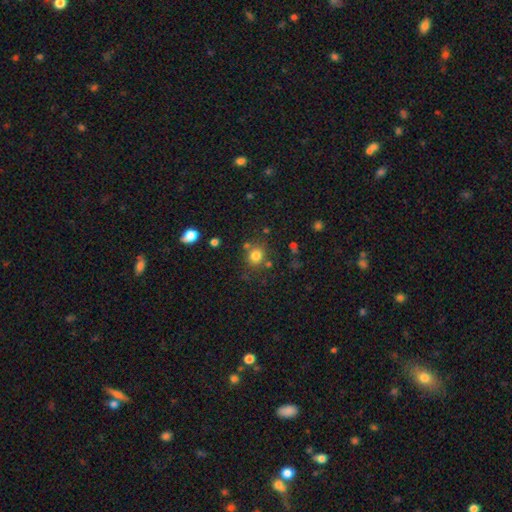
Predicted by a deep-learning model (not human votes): The model was most divided on "merging": none: 74%, minor disturbance: 12%, merger: 9%, major disturbance: 5%. More confident: how rounded — round (81%); smooth or featured — smooth (79%).